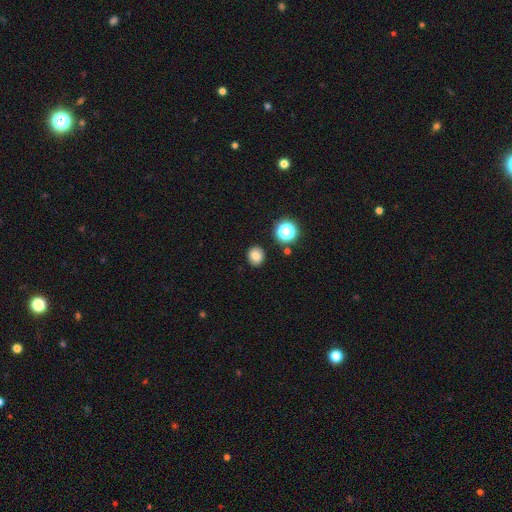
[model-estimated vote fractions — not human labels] smooth-or-featured: smooth: 79% | star or artifact: 13% | featured or disk: 8%
  how-rounded: round: 77% | in between: 22% | cigar-shaped: 1%
  merging: none: 88% | minor disturbance: 7% | merger: 2% | major disturbance: 2%